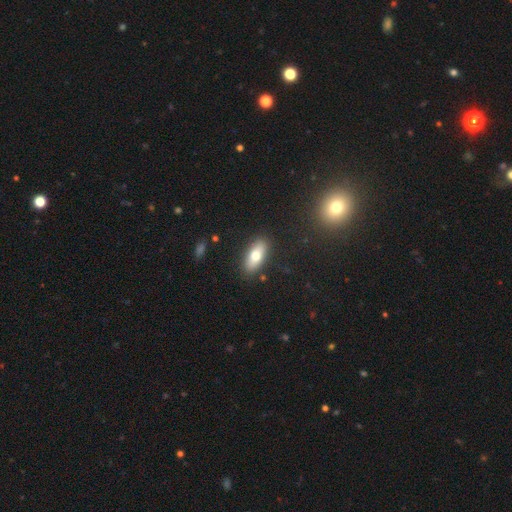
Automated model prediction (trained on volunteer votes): Morphology: type=smooth (72%); roundness=in between (80%); merging=none (86%).